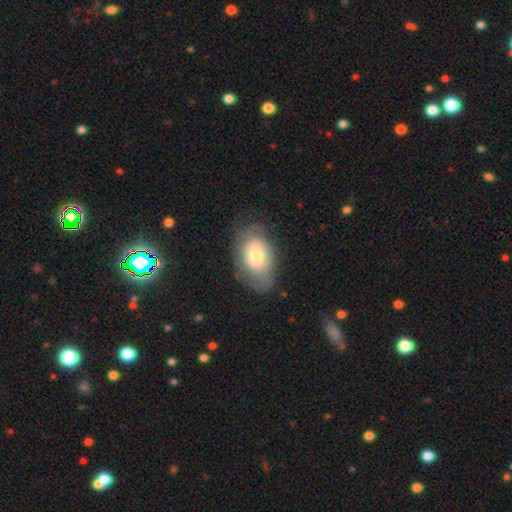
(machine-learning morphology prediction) Smooth or featured? Predicted: smooth (p=0.49). Merging? Predicted: none (p=0.63).